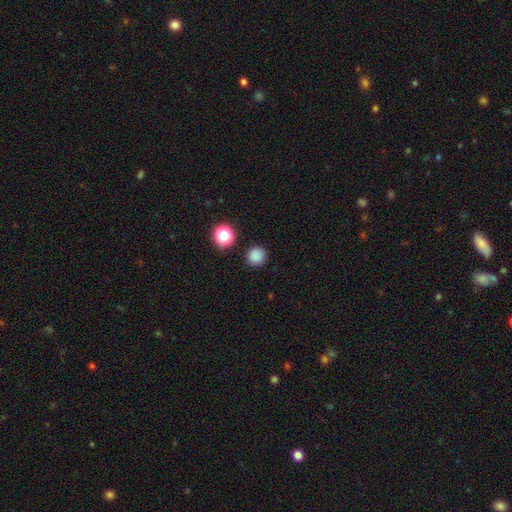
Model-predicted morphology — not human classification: Smooth or featured?
  - smooth: 83% *
  - star or artifact: 13%
  - featured or disk: 3%
How rounded?
  - round: 94% *
  - in between: 5%
  - cigar-shaped: 1%
Merging?
  - none: 90% *
  - minor disturbance: 6%
  - merger: 2%
  - major disturbance: 2%